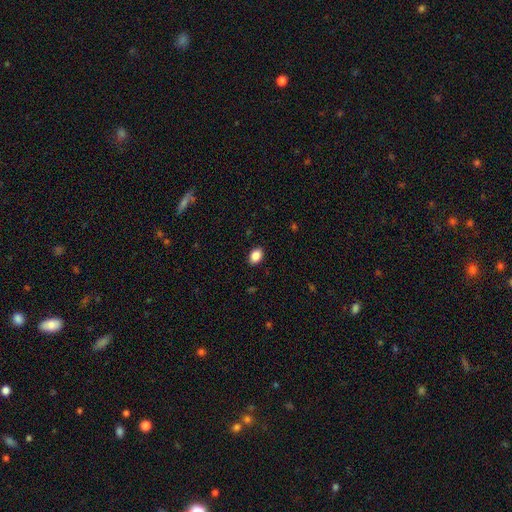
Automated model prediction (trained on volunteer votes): Smooth or featured?
  - smooth: 88% *
  - star or artifact: 8%
  - featured or disk: 4%
How rounded?
  - in between: 82% *
  - round: 17%
  - cigar-shaped: 1%
Merging?
  - none: 90% *
  - minor disturbance: 7%
  - major disturbance: 2%
  - merger: 1%